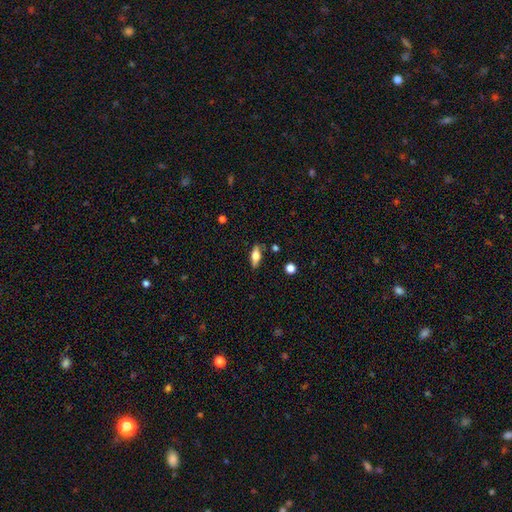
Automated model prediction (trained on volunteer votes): Smooth or featured?
  - smooth: 61% *
  - featured or disk: 32%
  - star or artifact: 7%
How rounded?
  - in between: 72% *
  - cigar-shaped: 24%
  - round: 4%
Merging?
  - none: 84% *
  - minor disturbance: 11%
  - major disturbance: 2%
  - merger: 2%